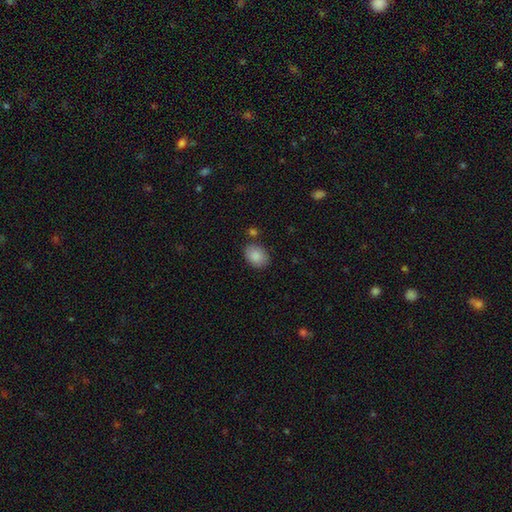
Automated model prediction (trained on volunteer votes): Overall: smooth (88%). How rounded: in between (73%). Merging: none (77%).